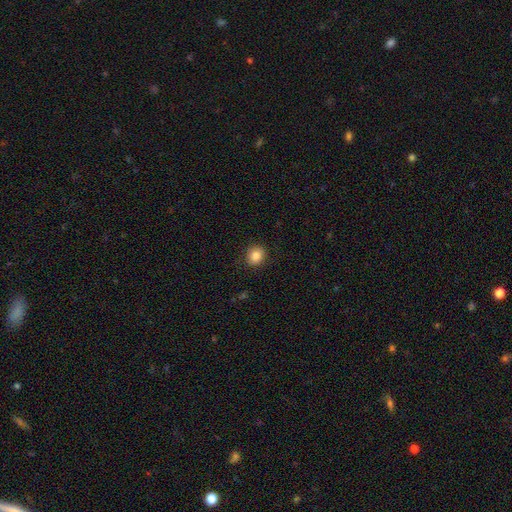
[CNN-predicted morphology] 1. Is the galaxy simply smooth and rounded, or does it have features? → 86% smooth, 9% star or artifact, 5% featured or disk.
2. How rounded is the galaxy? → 75% round, 24% in between, 1% cigar-shaped.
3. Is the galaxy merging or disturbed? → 88% none, 8% minor disturbance, 2% major disturbance, 1% merger.